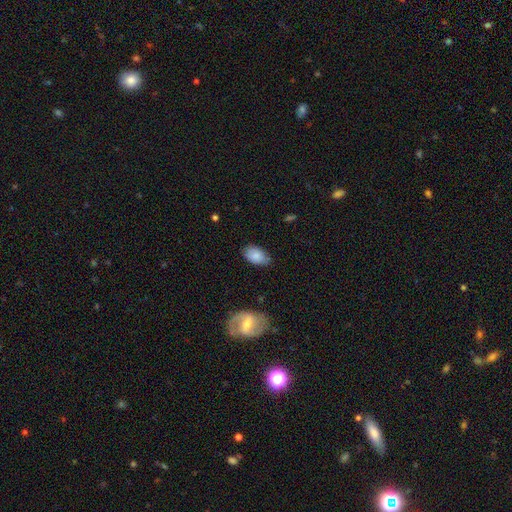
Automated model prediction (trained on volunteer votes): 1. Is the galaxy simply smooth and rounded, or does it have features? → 83% smooth, 10% featured or disk, 7% star or artifact.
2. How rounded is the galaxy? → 92% in between, 6% round, 1% cigar-shaped.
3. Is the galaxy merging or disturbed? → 74% none, 20% minor disturbance, 4% major disturbance, 2% merger.